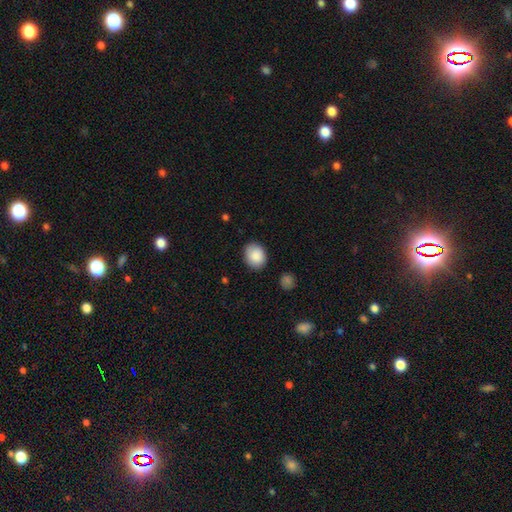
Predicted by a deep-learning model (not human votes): Smooth or featured? smooth (87%)
How rounded? round (53%)
Merging? none (82%)